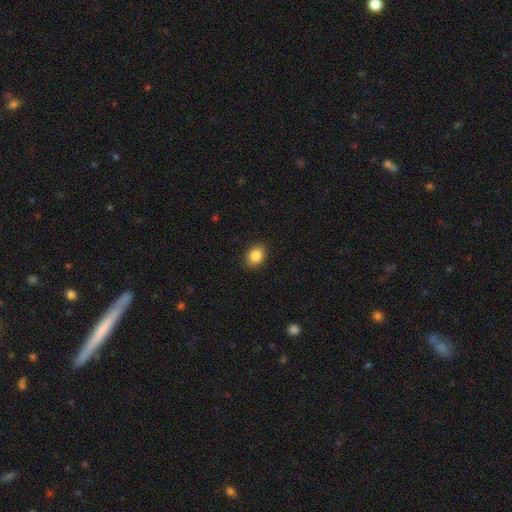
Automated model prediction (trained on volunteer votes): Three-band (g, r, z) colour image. It shows a smooth galaxy with no disk features (86%) that is in between round and cigar-shaped (56%). Merging: none (88%).